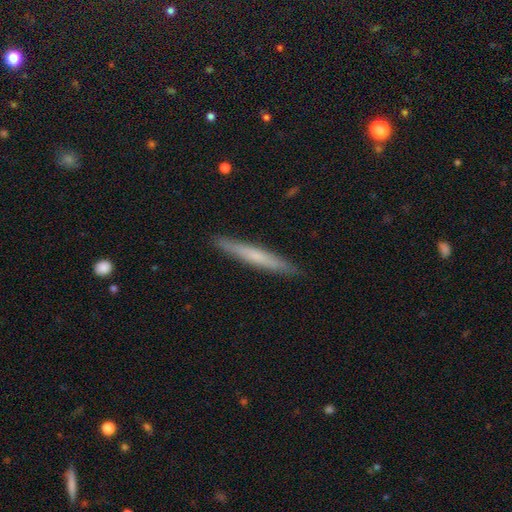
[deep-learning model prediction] smooth_or_featured: smooth (p=0.56) [alt: featured or disk p=0.38]
how_rounded: cigar-shaped (p=0.96) [alt: in between p=0.03]
merging: none (p=0.91) [alt: minor disturbance p=0.06]